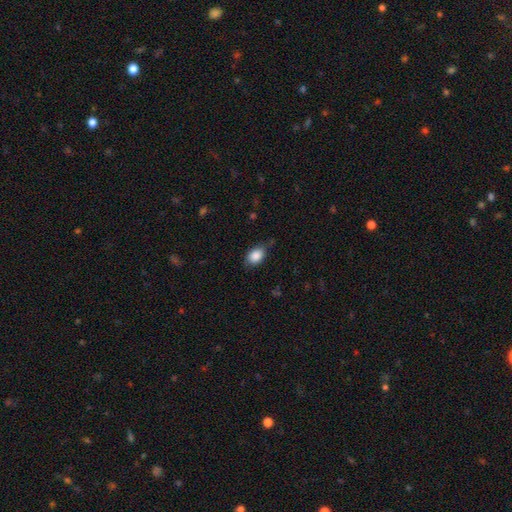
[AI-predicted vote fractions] The model was most divided on "merging": none: 67%, minor disturbance: 25%, major disturbance: 5%, merger: 2%. More confident: smooth or featured — smooth (87%); how rounded — in between (84%).